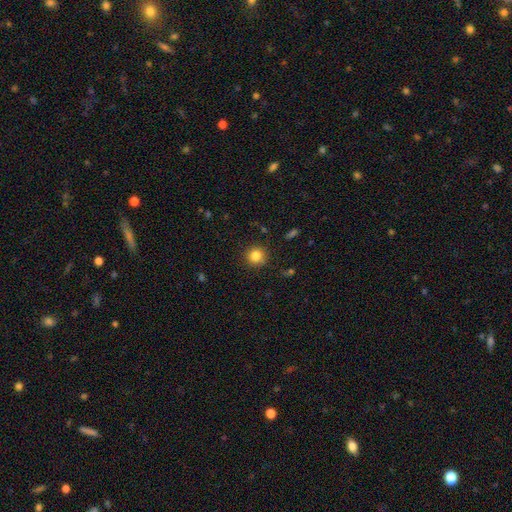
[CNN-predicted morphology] Q: Smooth or featured?
A: smooth (83%); runner-up: star or artifact (11%)
Q: How rounded?
A: round (93%); runner-up: in between (7%)
Q: Merging?
A: none (88%); runner-up: minor disturbance (8%)